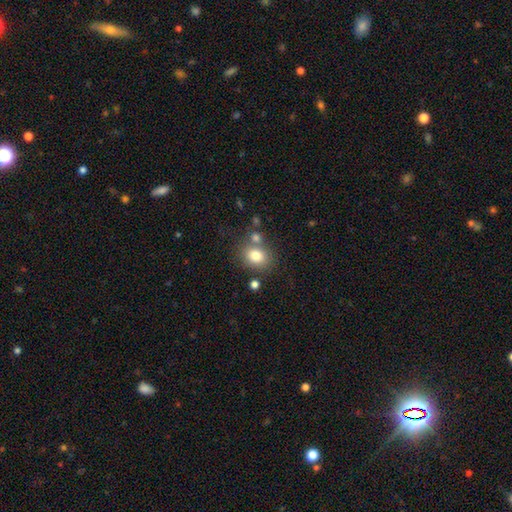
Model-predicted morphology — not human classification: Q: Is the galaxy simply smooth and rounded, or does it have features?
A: smooth — 79%.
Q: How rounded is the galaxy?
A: round — 56%.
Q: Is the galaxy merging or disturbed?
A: none — 66%.